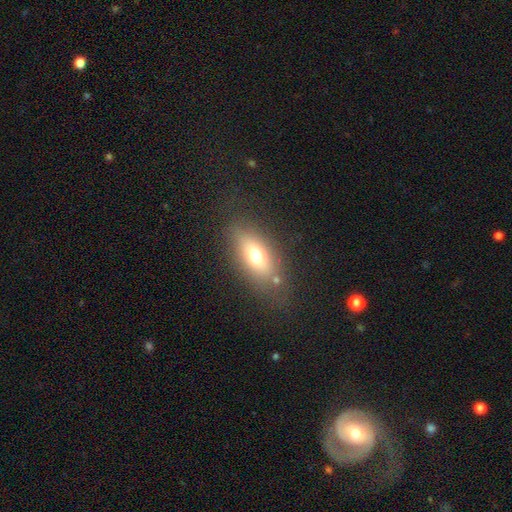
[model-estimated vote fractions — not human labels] Morphology: type=smooth (68%); roundness=in between (79%); merging=none (73%).